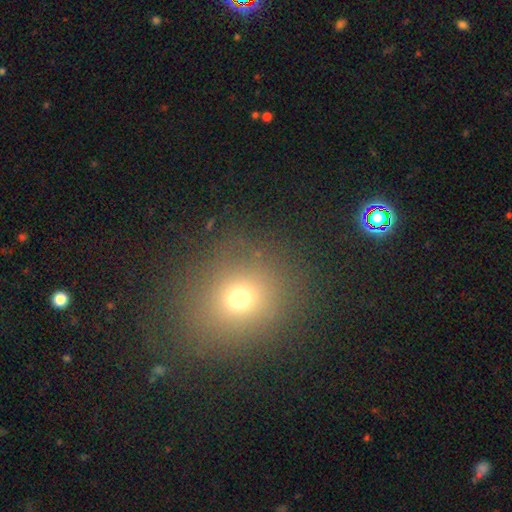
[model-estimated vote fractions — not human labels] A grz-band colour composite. It shows a smooth galaxy with no disk features (64%) that is round (75%). Merging: none (87%).